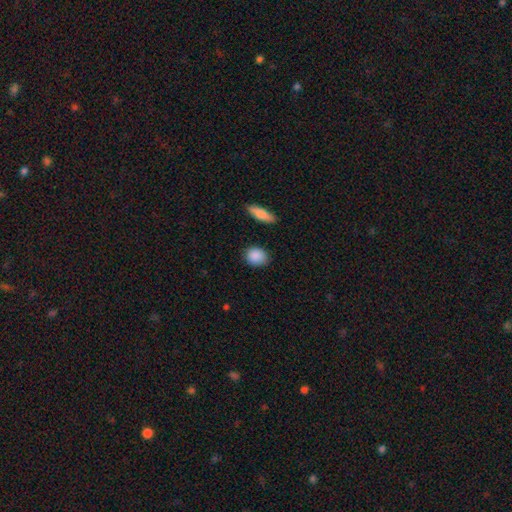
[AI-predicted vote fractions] smooth 89%, star or artifact 7%, featured or disk 4%. Down the decision tree: how rounded — round (56%); merging — none (85%).